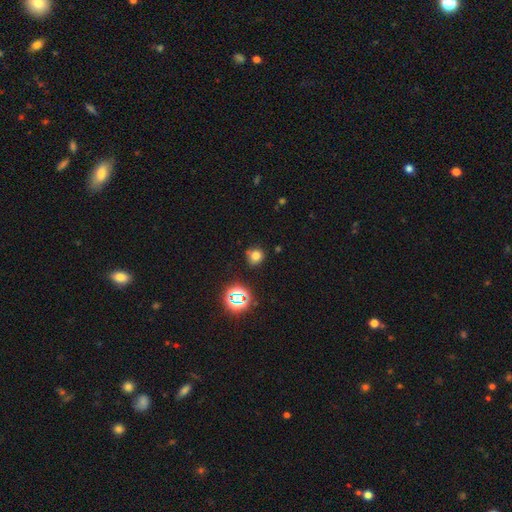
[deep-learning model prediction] smooth_or_featured: smooth (p=0.72) [alt: star or artifact p=0.21]
how_rounded: round (p=0.85) [alt: in between p=0.14]
merging: none (p=0.79) [alt: minor disturbance p=0.13]